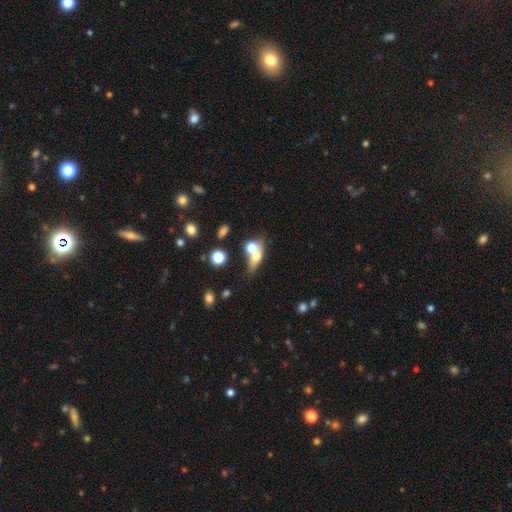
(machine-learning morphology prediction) Smooth or featured? Predicted: smooth (p=0.64). How rounded? Predicted: in between (p=0.51). Merging? Predicted: merger (p=0.48).